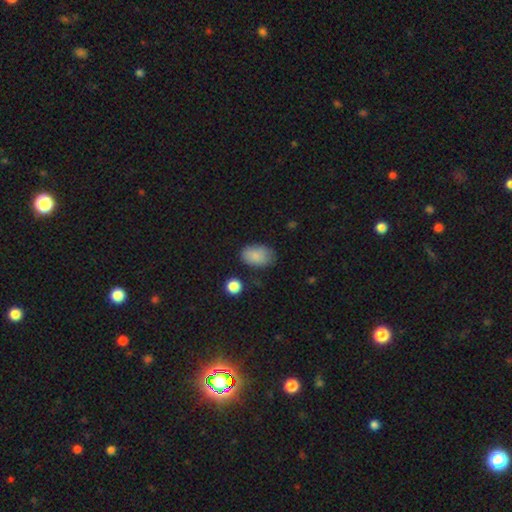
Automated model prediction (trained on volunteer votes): Smooth or featured: smooth — 86% (star or artifact — 8%)
How rounded: in between — 89% (round — 9%)
Merging: none — 70% (minor disturbance — 22%)